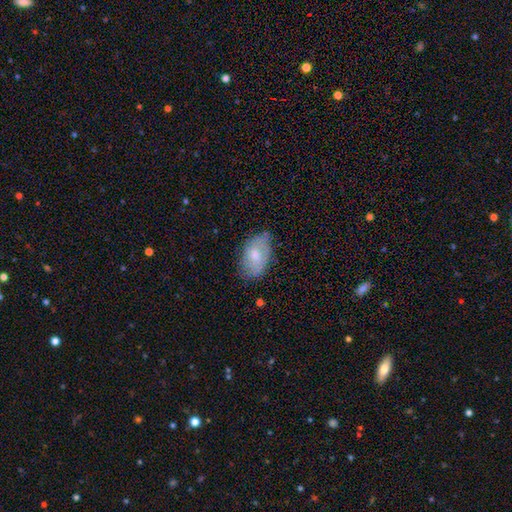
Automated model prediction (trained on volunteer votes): Morphology: type=smooth (62%); roundness=in between (92%); merging=none (65%).